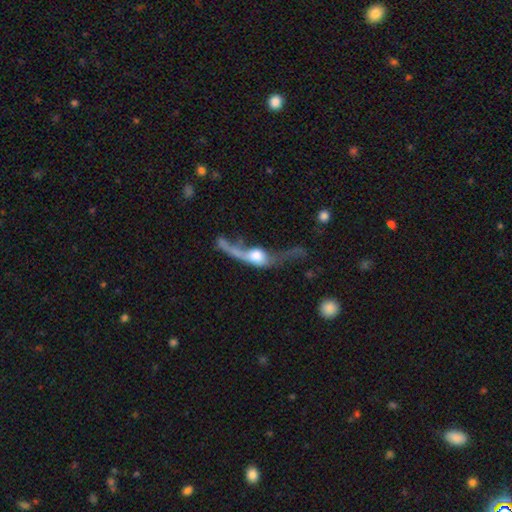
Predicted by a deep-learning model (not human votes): The model was most divided on "edge-on disk": no: 59%, yes: 41%. Remaining: smooth or featured — featured or disk (55%); merging — major disturbance (50%).